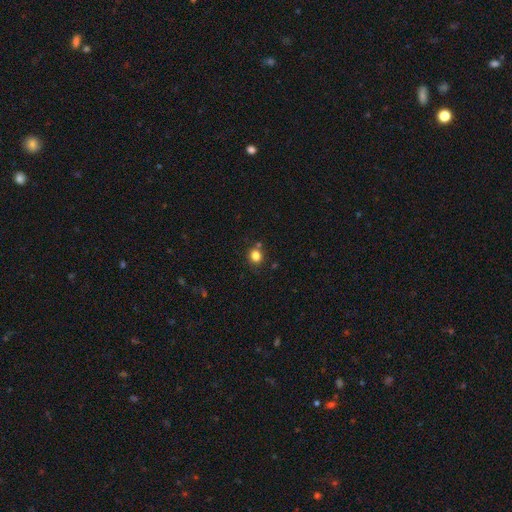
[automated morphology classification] Smooth or featured: smooth — 82% (star or artifact — 13%)
How rounded: round — 80% (in between — 19%)
Merging: none — 80% (minor disturbance — 10%)